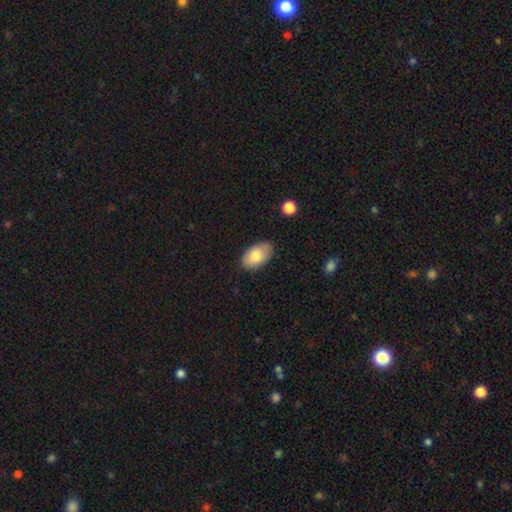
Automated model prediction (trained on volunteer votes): Smooth or featured?
  - smooth: 81% *
  - featured or disk: 13%
  - star or artifact: 7%
How rounded?
  - in between: 93% *
  - round: 6%
  - cigar-shaped: 1%
Merging?
  - none: 83% *
  - minor disturbance: 13%
  - major disturbance: 2%
  - merger: 1%